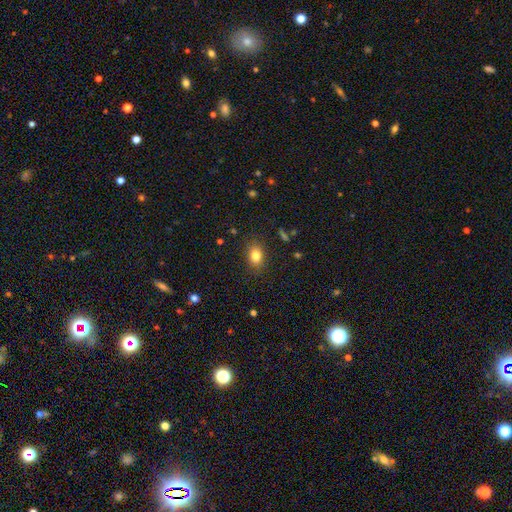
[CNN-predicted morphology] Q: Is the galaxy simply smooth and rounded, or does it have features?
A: smooth — 82%.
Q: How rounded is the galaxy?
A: in between — 74%.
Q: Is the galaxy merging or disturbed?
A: none — 85%.